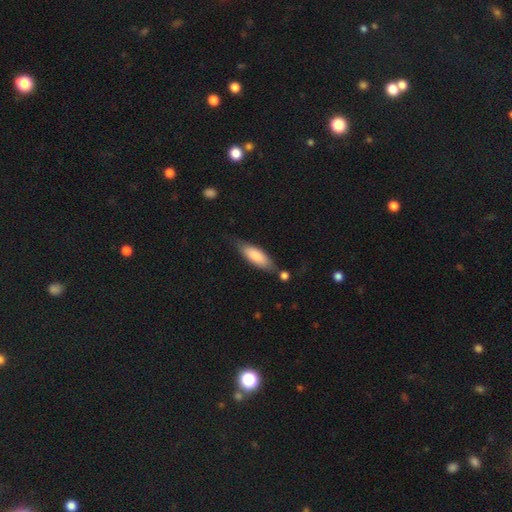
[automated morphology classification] A smooth galaxy with no disk features (81%) that is in between round and cigar-shaped (60%). Merging: none (65%).